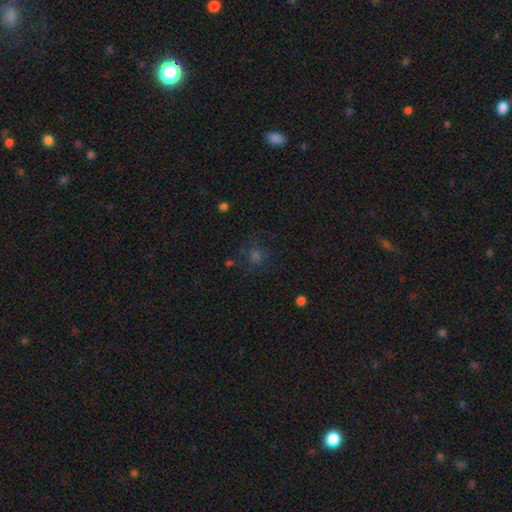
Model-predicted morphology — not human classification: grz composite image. It shows a smooth galaxy with no disk features (46%). Merging: none (75%).